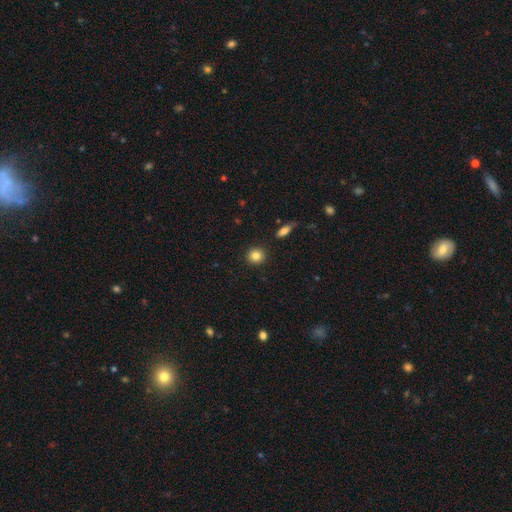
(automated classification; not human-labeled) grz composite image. It shows a smooth galaxy with no disk features (85%) that is round (89%). Merging: none (91%).